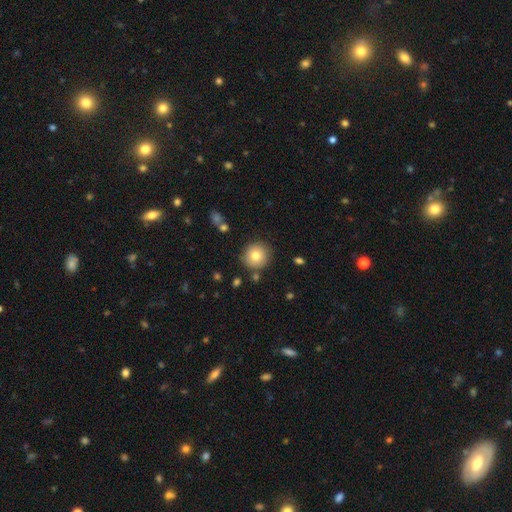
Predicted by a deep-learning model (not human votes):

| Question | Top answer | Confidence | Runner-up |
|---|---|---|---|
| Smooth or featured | smooth | 77% | featured or disk (13%) |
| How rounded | round | 94% | in between (5%) |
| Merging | none | 86% | minor disturbance (9%) |